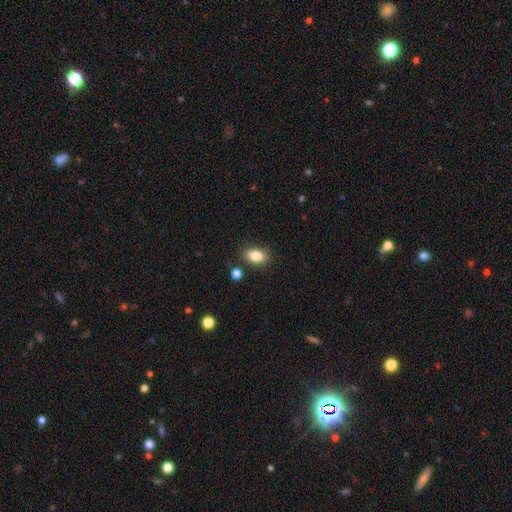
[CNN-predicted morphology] This appears to be a smooth galaxy with no disk features (84%) that is in between round and cigar-shaped (86%). Merging: none (84%).